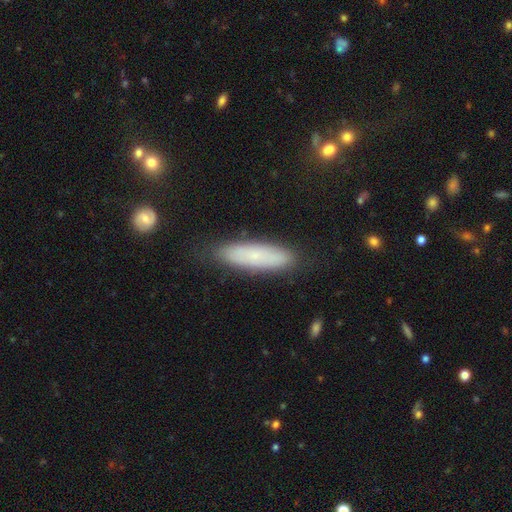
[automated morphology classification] A smooth galaxy with no disk features (66%) that is cigar-shaped (69%). Merging: none (82%).